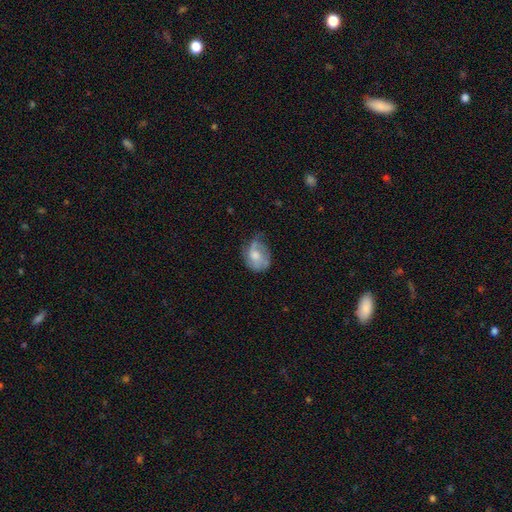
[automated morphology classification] The model was most divided on "smooth or featured": featured or disk: 50%, smooth: 43%, star or artifact: 7%. Remaining: merging — none (47%).